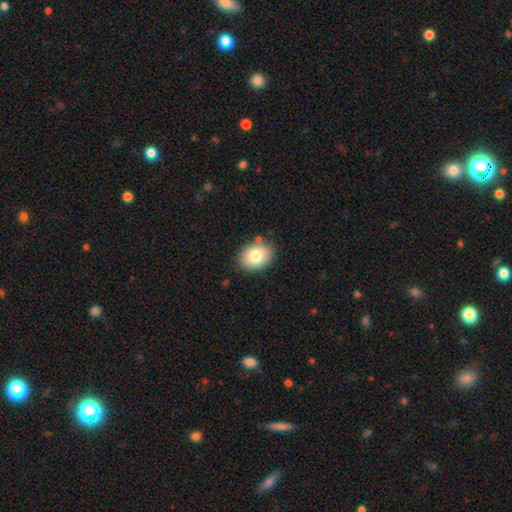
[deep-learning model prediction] A smooth galaxy with no disk features (81%) that is in between round and cigar-shaped (71%).

Vote fractions:
- Smooth or featured? smooth: 81% / featured or disk: 11% / star or artifact: 8%
- How rounded? in between: 71% / round: 28% / cigar-shaped: 1%
- Merging? none: 83% / minor disturbance: 11% / merger: 3% / major disturbance: 2%